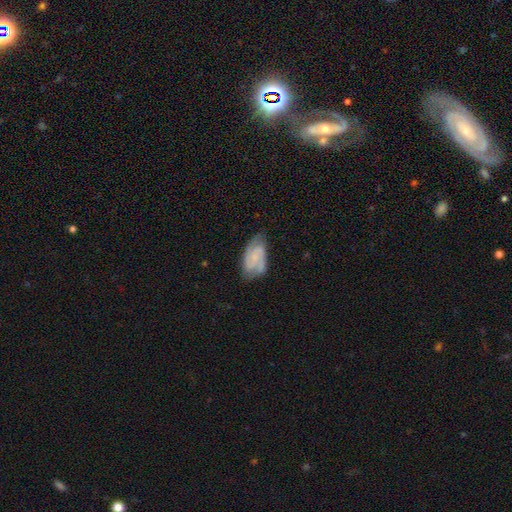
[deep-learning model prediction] A featured or disk galaxy (68%) with no bar (57%), 2 (67%) medium (45%) spiral arms (92%) and a small central bulge (43%).

Vote fractions:
- Smooth or featured? featured or disk: 68% / smooth: 25% / star or artifact: 7%
- Edge-on disk? no: 97% / yes: 3%
- Bar? no: 57% / weak: 35% / strong: 8%
- Spiral arms? yes: 92% / no: 8%
- Spiral winding? medium: 45% / tight: 40% / loose: 15%
- Spiral arm count? 2: 67% / can't tell: 14% / 3: 12% / 1: 3% / 4: 2% / more than 4: 2%
- Bulge size? small: 43% / none: 42% / moderate: 12% / large: 2% / dominant: 1%
- Merging? none: 61% / minor disturbance: 27% / major disturbance: 10% / merger: 2%